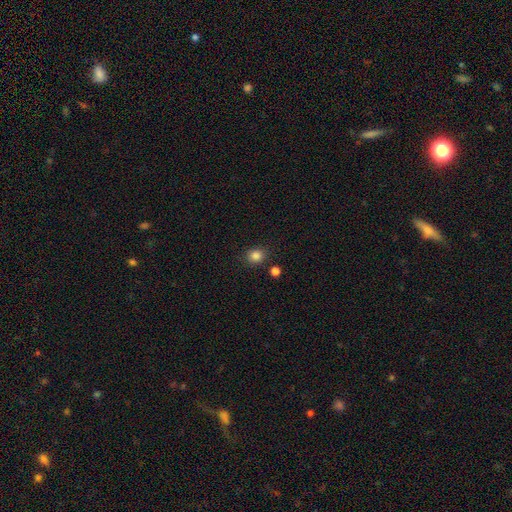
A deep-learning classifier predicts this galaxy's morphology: smooth 84%, star or artifact 12%, featured or disk 4%. Down the decision tree: how rounded — round (74%); merging — none (83%).